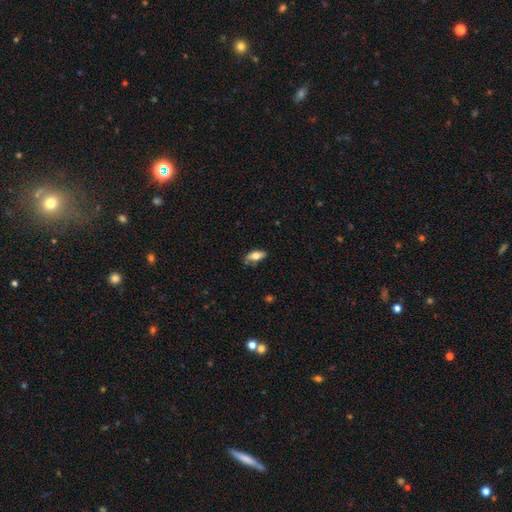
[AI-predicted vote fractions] smooth-or-featured: smooth: 72% | featured or disk: 22% | star or artifact: 6%
  how-rounded: in between: 84% | cigar-shaped: 13% | round: 3%
  merging: none: 72% | minor disturbance: 22% | major disturbance: 4% | merger: 3%